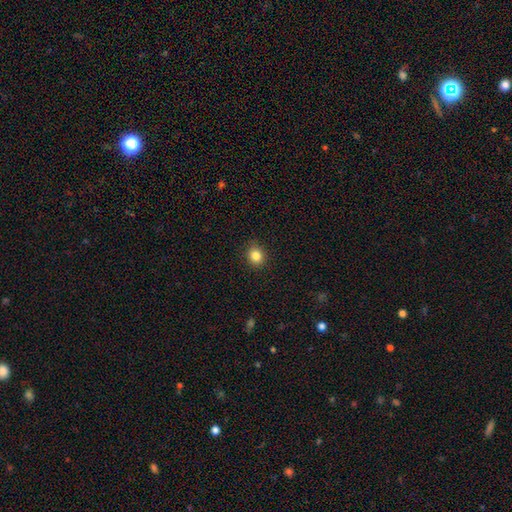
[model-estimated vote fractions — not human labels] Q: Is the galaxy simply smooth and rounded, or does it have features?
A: smooth — 83%.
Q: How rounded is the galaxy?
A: round — 73%.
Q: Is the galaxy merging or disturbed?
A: none — 88%.